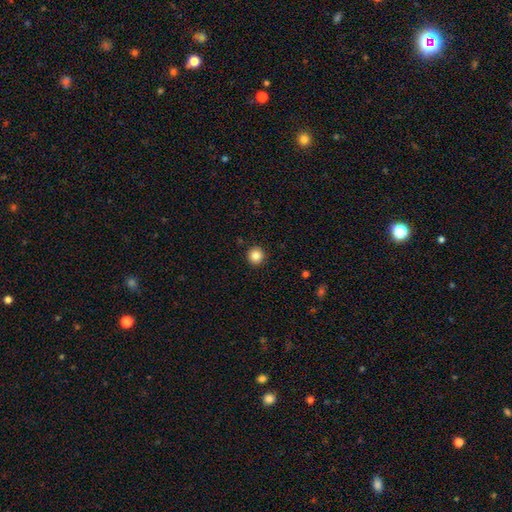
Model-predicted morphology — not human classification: Smooth or featured? Predicted: smooth (p=0.86). How rounded? Predicted: round (p=0.95). Merging? Predicted: none (p=0.93).